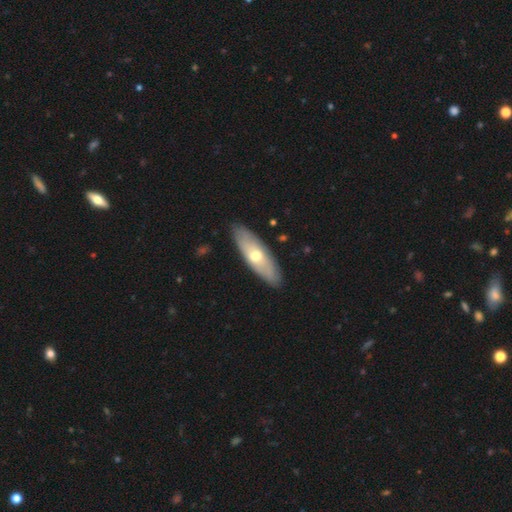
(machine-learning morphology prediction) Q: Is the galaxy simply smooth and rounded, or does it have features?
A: smooth — 51%.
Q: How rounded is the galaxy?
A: in between — 57%.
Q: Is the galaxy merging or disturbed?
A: none — 88%.